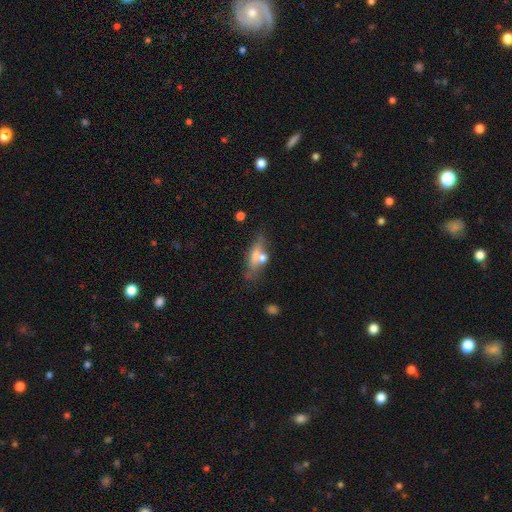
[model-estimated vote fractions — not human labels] A smooth galaxy with no disk features (47%).

Vote fractions:
- Smooth or featured? smooth: 47% / featured or disk: 43% / star or artifact: 10%
- Merging? none: 52% / merger: 20% / minor disturbance: 18% / major disturbance: 9%